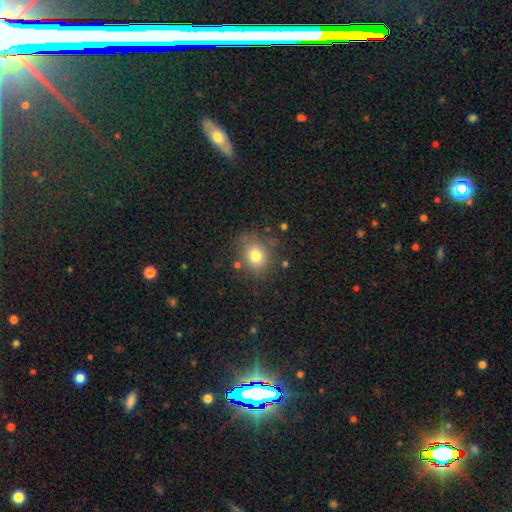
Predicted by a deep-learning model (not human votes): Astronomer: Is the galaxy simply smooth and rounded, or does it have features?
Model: smooth — 77%.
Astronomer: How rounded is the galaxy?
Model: round — 65%.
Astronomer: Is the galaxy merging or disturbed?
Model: none — 78%.